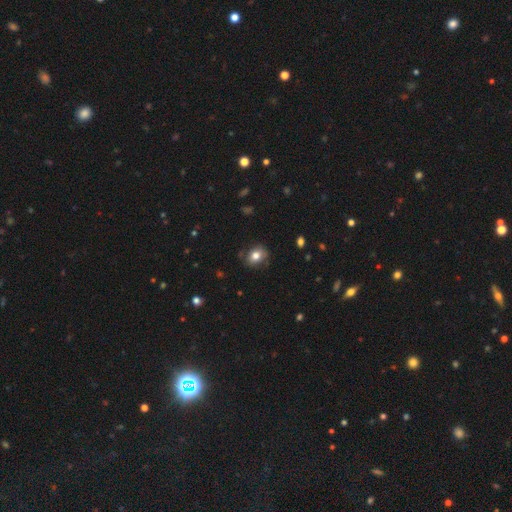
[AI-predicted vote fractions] Smooth or featured: smooth — 77% (featured or disk — 13%)
How rounded: round — 55% (in between — 44%)
Merging: none — 76% (minor disturbance — 17%)